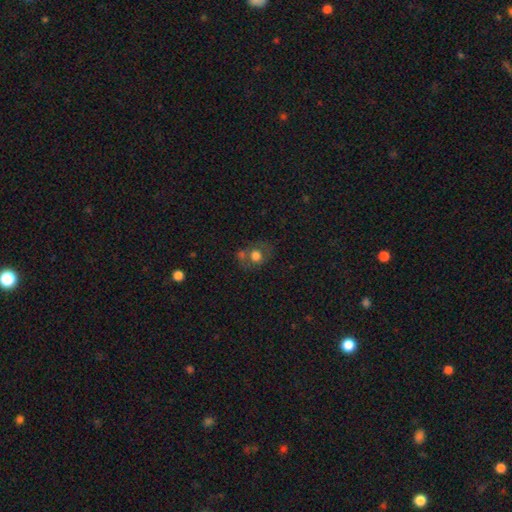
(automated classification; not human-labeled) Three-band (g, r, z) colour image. It shows a smooth galaxy with no disk features (65%) that is round (72%). Merging: none (51%).